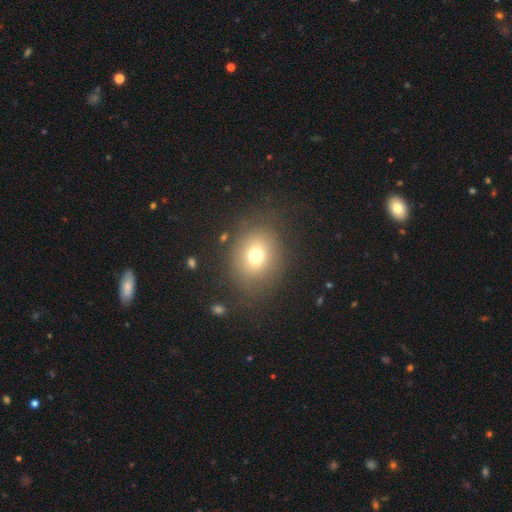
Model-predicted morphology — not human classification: This appears to be a smooth galaxy with no disk features (71%) that is round (65%). Merging: none (79%).